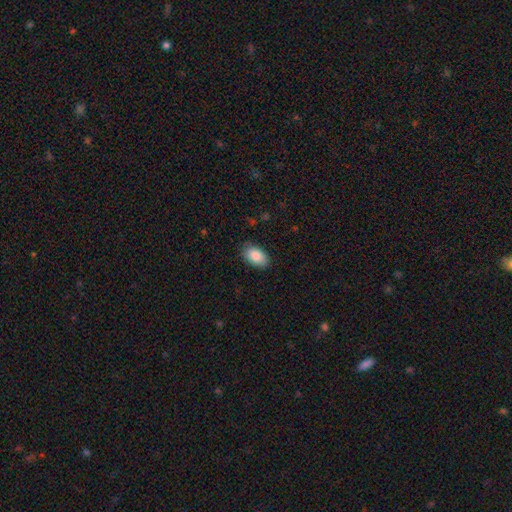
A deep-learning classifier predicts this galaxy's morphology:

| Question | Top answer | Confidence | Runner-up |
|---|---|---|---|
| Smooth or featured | smooth | 87% | featured or disk (7%) |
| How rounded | in between | 92% | round (7%) |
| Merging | none | 82% | minor disturbance (14%) |